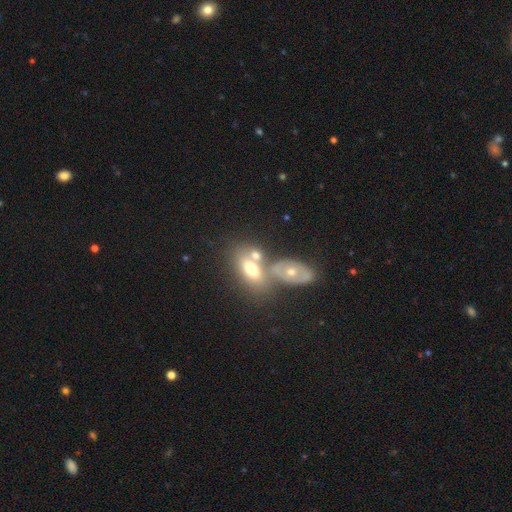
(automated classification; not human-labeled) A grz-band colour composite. It shows a smooth galaxy with no disk features (55%) that is in between round and cigar-shaped (83%). Merging: merger (48%).